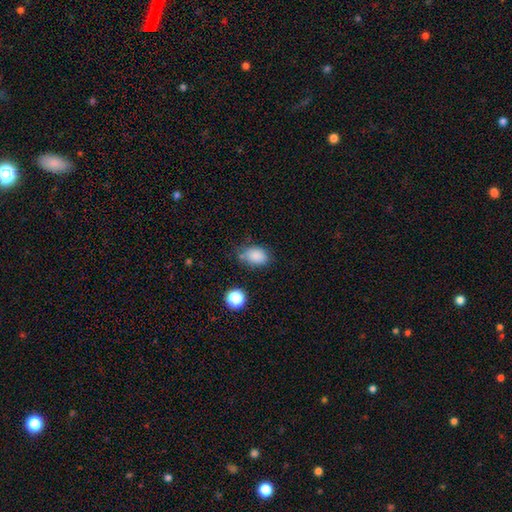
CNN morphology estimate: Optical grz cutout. It shows a smooth galaxy with no disk features (85%) that is in between round and cigar-shaped (78%). Merging: none (64%).